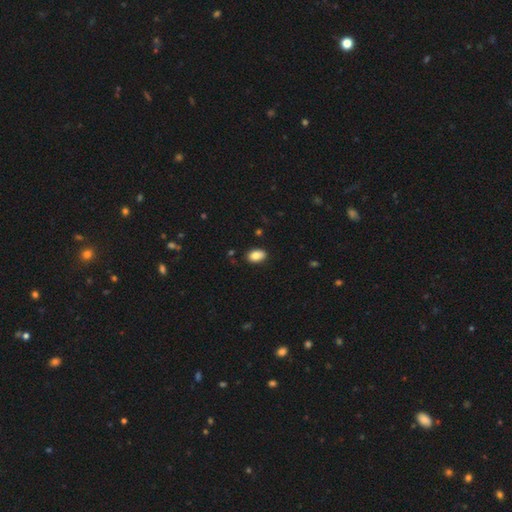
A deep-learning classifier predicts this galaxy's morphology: Overall: smooth (85%). How rounded: in between (88%). Merging: none (86%).